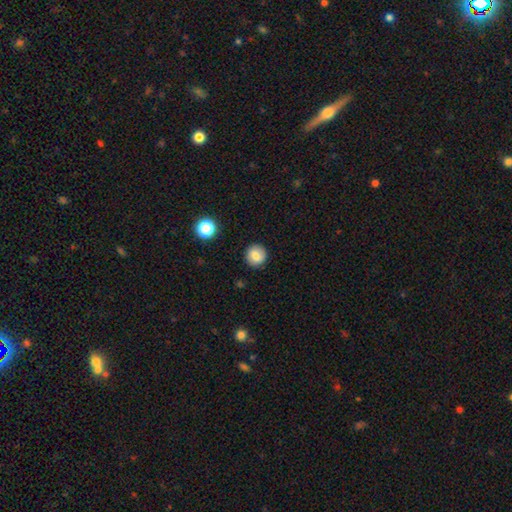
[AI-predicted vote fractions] A smooth galaxy with no disk features (79%) that is round (91%).

Vote fractions:
- Smooth or featured? smooth: 79% / featured or disk: 11% / star or artifact: 10%
- How rounded? round: 91% / in between: 8% / cigar-shaped: 1%
- Merging? none: 90% / minor disturbance: 7% / major disturbance: 2% / merger: 1%